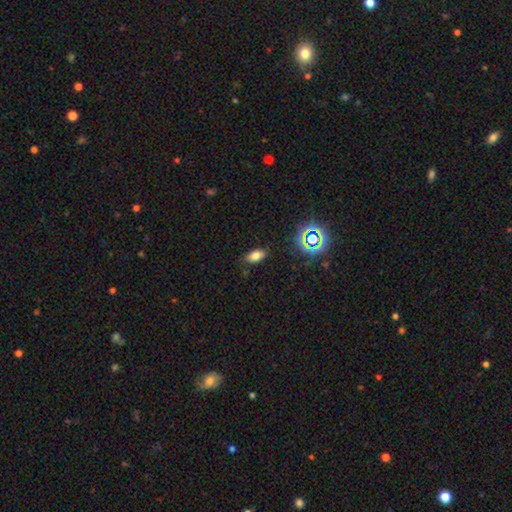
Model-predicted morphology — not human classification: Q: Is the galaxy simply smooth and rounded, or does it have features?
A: smooth — 76%.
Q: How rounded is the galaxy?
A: in between — 89%.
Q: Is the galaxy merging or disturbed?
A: none — 85%.